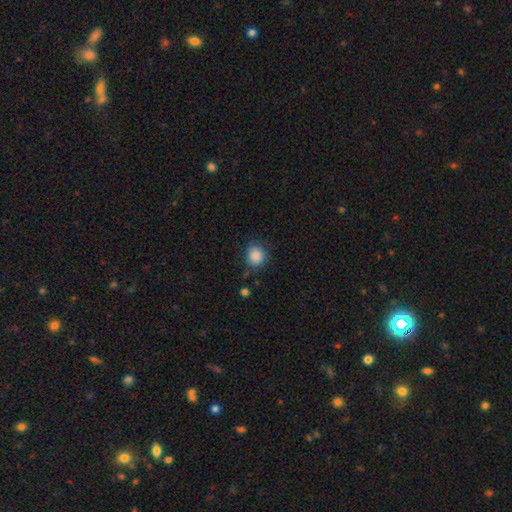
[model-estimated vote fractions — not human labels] This appears to be a smooth galaxy with no disk features (87%) that is round (82%). Merging: none (80%).